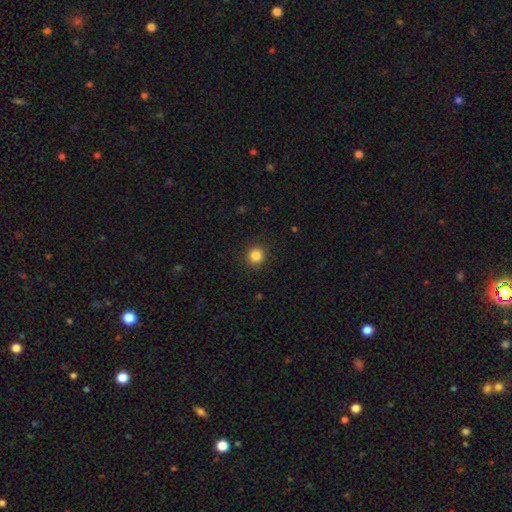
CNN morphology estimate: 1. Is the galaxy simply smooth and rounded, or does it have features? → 85% smooth, 11% star or artifact, 4% featured or disk.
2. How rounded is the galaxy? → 94% round, 5% in between, 1% cigar-shaped.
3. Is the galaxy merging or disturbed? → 92% none, 5% minor disturbance, 2% major disturbance, 1% merger.